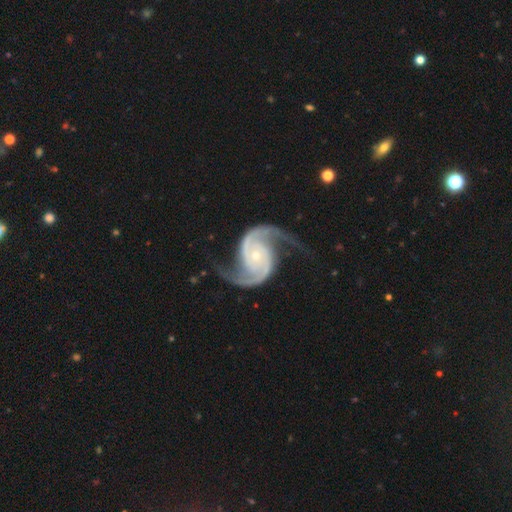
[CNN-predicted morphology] A featured or disk galaxy (94%) with no bar (66%), 2 (94%) medium (56%) spiral arms (99%) and a small central bulge (73%).

Vote fractions:
- Smooth or featured? featured or disk: 94% / star or artifact: 4% / smooth: 2%
- Edge-on disk? no: 98% / yes: 2%
- Bar? no: 66% / weak: 24% / strong: 10%
- Spiral arms? yes: 99% / no: 1%
- Spiral winding? medium: 56% / loose: 26% / tight: 18%
- Spiral arm count? 2: 94% / 3: 2% / can't tell: 1% / 1: 1% / 4: 1% / more than 4: 1%
- Bulge size? small: 73% / moderate: 23% / none: 2% / large: 2% / dominant: 1%
- Merging? none: 75% / minor disturbance: 15% / major disturbance: 8% / merger: 2%